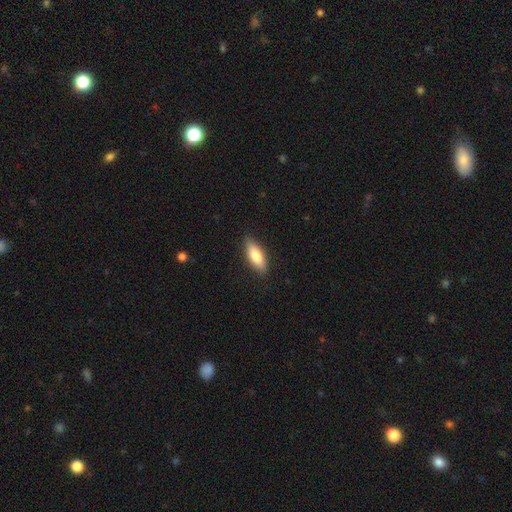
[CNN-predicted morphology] This appears to be a smooth galaxy with no disk features (80%) that is in between round and cigar-shaped (66%). Merging: none (86%).